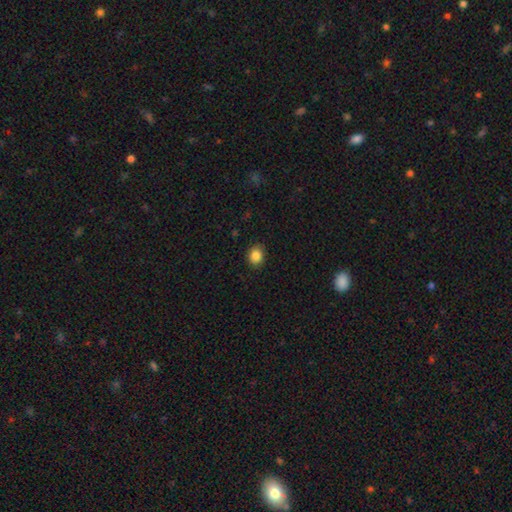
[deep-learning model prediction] This appears to be a smooth galaxy with no disk features (86%) that is round (60%). Merging: none (89%).